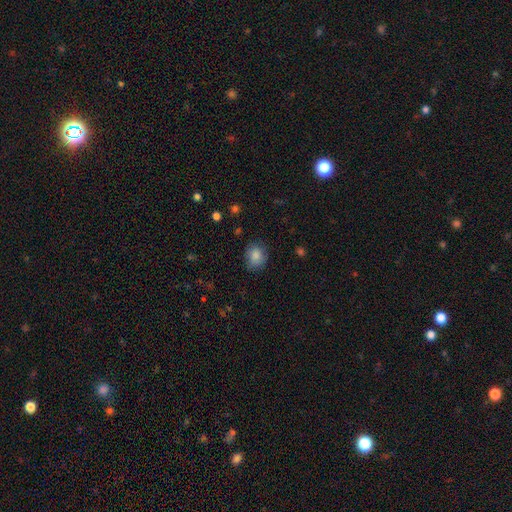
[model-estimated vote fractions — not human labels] smooth 86%, star or artifact 8%, featured or disk 6%. Down the decision tree: how rounded — round (65%); merging — none (78%).